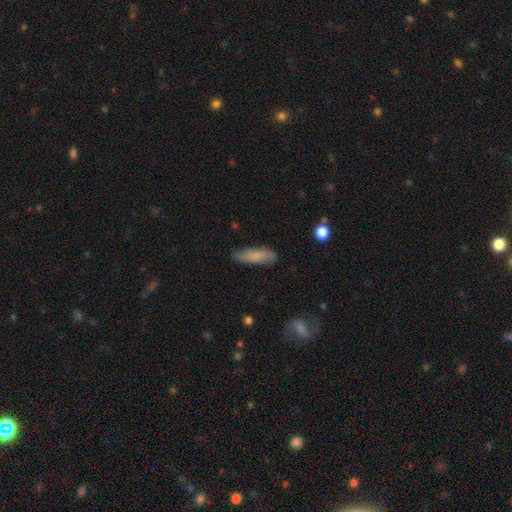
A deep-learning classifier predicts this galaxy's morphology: A smooth galaxy with no disk features (79%) that is cigar-shaped (58%). Merging: none (81%).